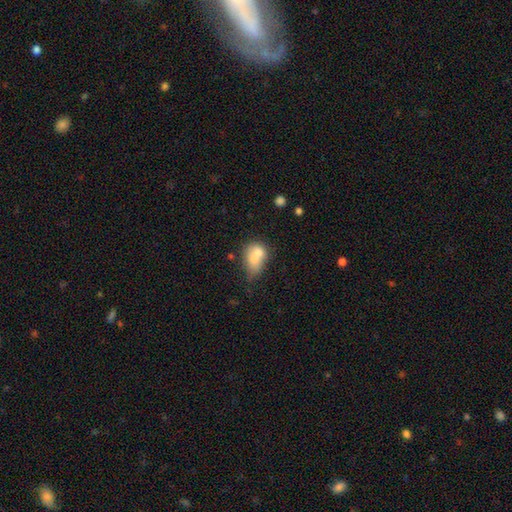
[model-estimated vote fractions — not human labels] Smooth or featured?
  - smooth: 71% *
  - featured or disk: 20%
  - star or artifact: 9%
How rounded?
  - in between: 71% *
  - round: 27%
  - cigar-shaped: 2%
Merging?
  - merger: 52% *
  - none: 24%
  - minor disturbance: 16%
  - major disturbance: 9%